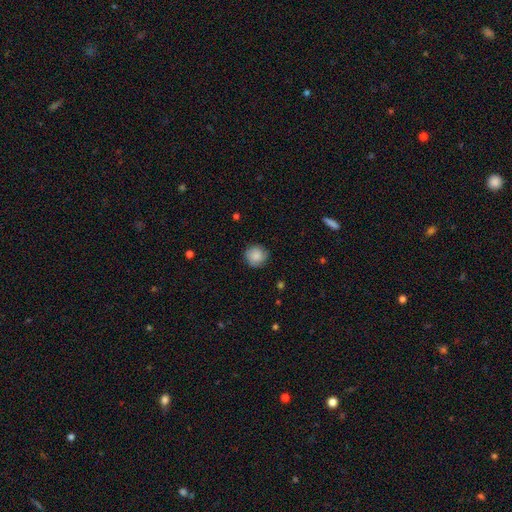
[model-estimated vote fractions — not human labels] A smooth galaxy with no disk features (84%) that is round (92%).

Vote fractions:
- Smooth or featured? smooth: 84% / featured or disk: 9% / star or artifact: 7%
- How rounded? round: 92% / in between: 7% / cigar-shaped: 1%
- Merging? none: 83% / minor disturbance: 13% / major disturbance: 3% / merger: 1%